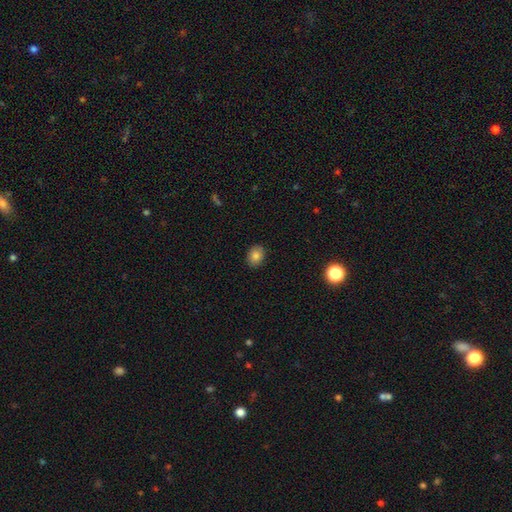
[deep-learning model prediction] Smooth or featured: smooth — 83% (star or artifact — 10%)
How rounded: in between — 58% (round — 41%)
Merging: none — 89% (minor disturbance — 8%)